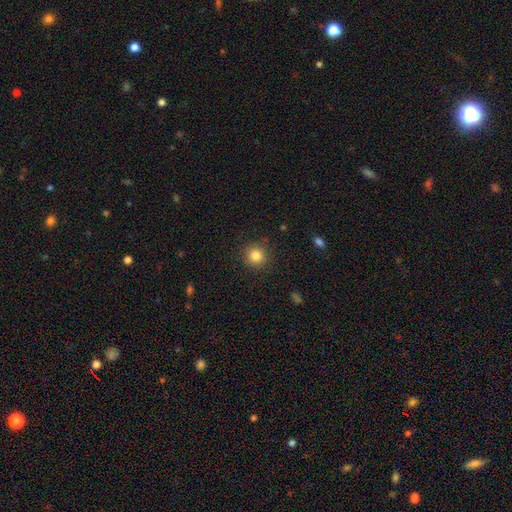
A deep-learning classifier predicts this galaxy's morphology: This is clearly a smooth galaxy (84%). How rounded: clearly round (93%). Merging: clearly none (90%).